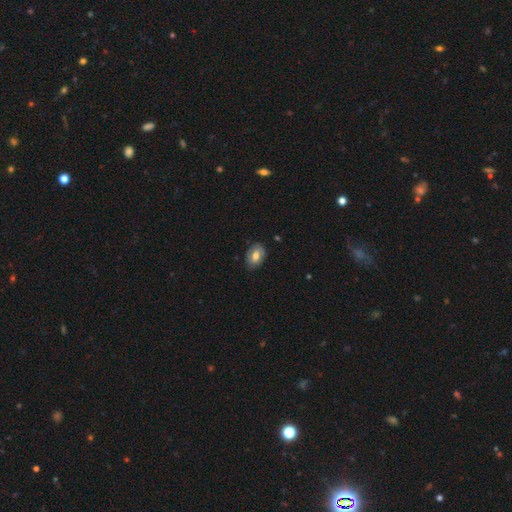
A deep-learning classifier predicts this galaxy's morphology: A smooth galaxy with no disk features (64%) that is in between round and cigar-shaped (83%). Merging: none (81%).